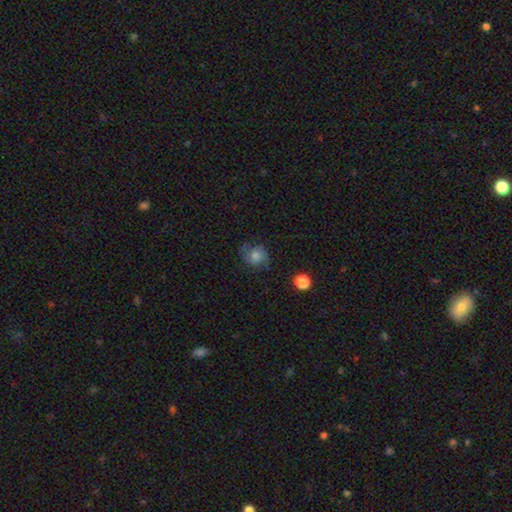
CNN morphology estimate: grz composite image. It shows a smooth galaxy with no disk features (63%) that is round (80%). Merging: none (65%).